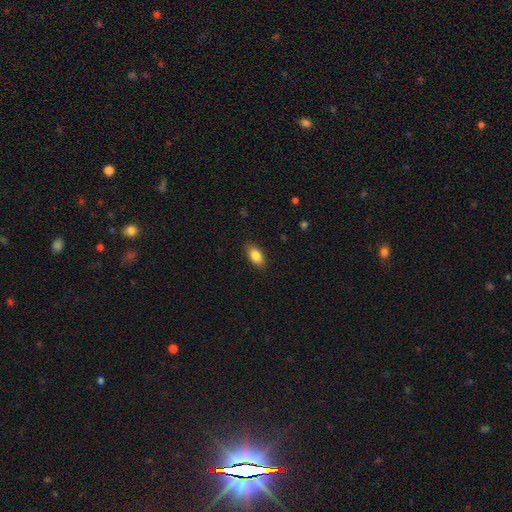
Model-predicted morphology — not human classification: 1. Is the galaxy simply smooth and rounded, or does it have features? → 86% smooth, 7% star or artifact, 7% featured or disk.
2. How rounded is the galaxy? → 90% in between, 5% cigar-shaped, 5% round.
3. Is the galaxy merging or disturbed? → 87% none, 10% minor disturbance, 3% major disturbance, 1% merger.